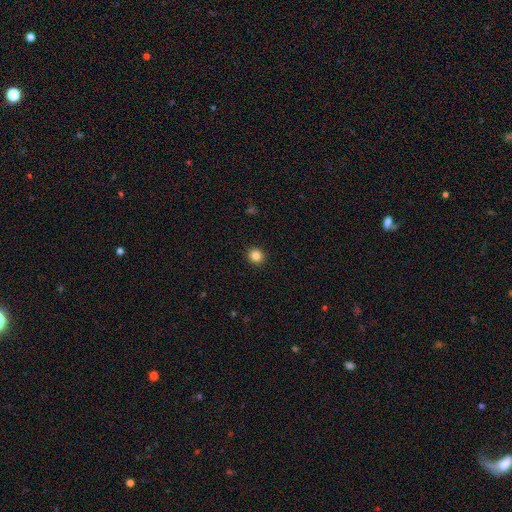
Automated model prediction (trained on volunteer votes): Morphology: type=smooth (85%); roundness=round (91%); merging=none (93%).